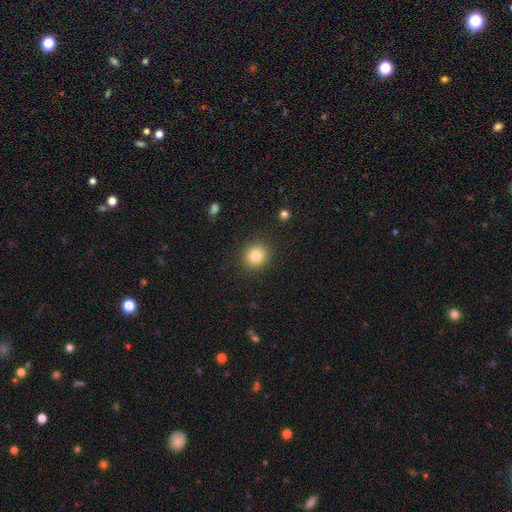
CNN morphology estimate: Smooth or featured? smooth (82%)
How rounded? round (88%)
Merging? none (90%)